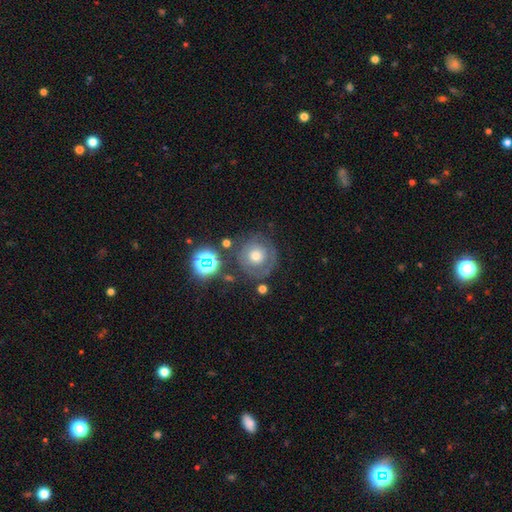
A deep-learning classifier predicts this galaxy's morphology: type=smooth (49%); merging=none (72%).